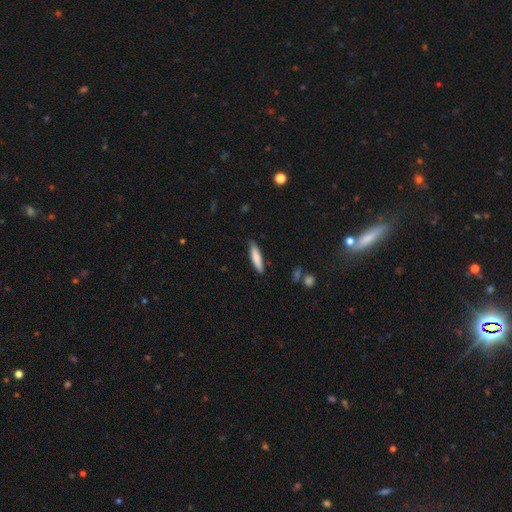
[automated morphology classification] A smooth galaxy with no disk features (82%) that is cigar-shaped (75%). Merging: none (85%).